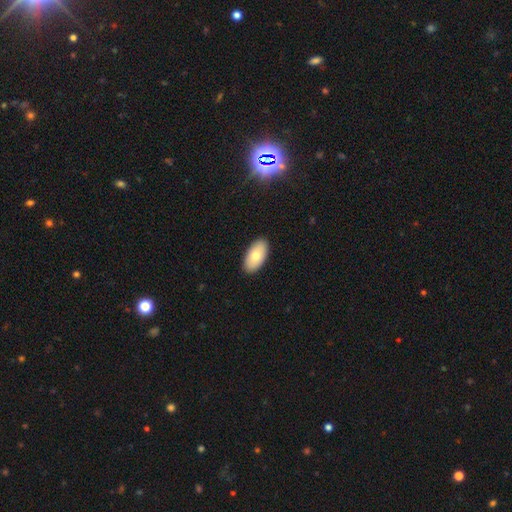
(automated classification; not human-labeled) Smooth or featured: smooth — 75% (featured or disk — 18%)
How rounded: in between — 95% (round — 3%)
Merging: none — 90% (minor disturbance — 7%)